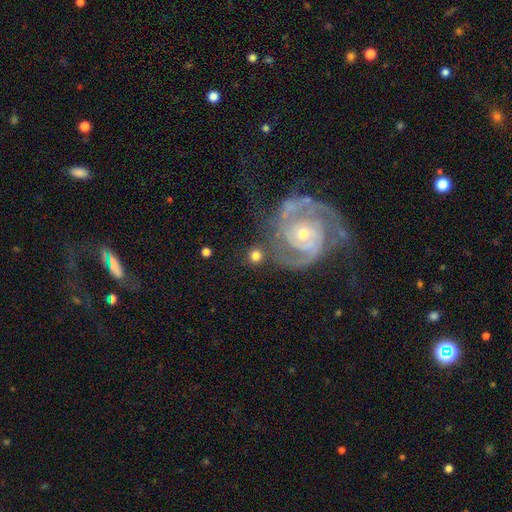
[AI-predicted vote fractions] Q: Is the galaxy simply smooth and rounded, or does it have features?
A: smooth — 61%.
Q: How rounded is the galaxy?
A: round — 87%.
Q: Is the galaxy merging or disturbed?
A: none — 74%.